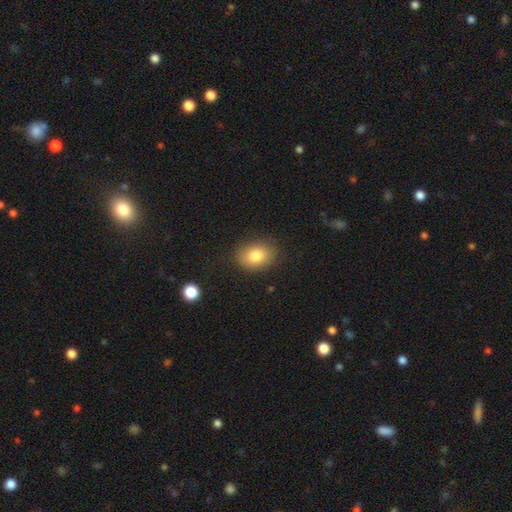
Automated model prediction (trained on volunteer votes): Overall: smooth (82%). How rounded: in between (74%). Merging: none (83%).